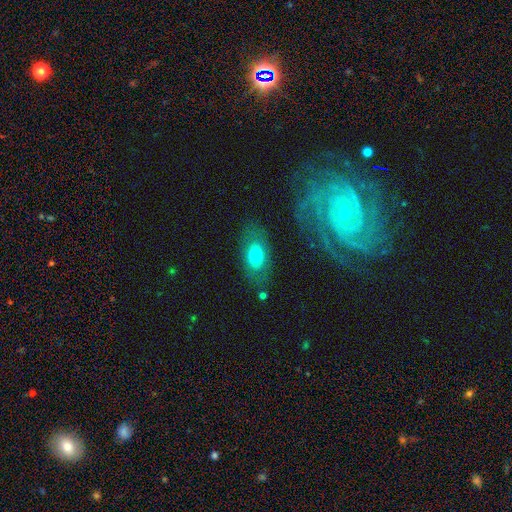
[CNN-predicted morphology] smooth-or-featured: smooth: 65% | featured or disk: 26% | star or artifact: 9%
  how-rounded: in between: 86% | round: 10% | cigar-shaped: 4%
  merging: none: 76% | minor disturbance: 14% | major disturbance: 7% | merger: 3%